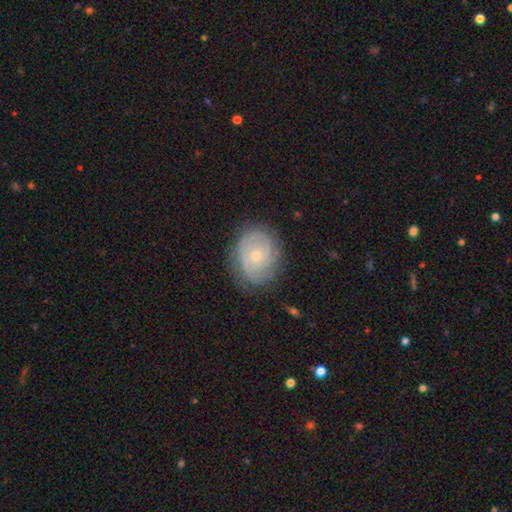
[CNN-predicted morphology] type=featured or disk (75%); edge-on=no (97%); bar=no (77%); spiral arms=yes (91%); winding=tight (71%); arm count=can't tell (36%); bulge=small (59%); merging=none (76%).